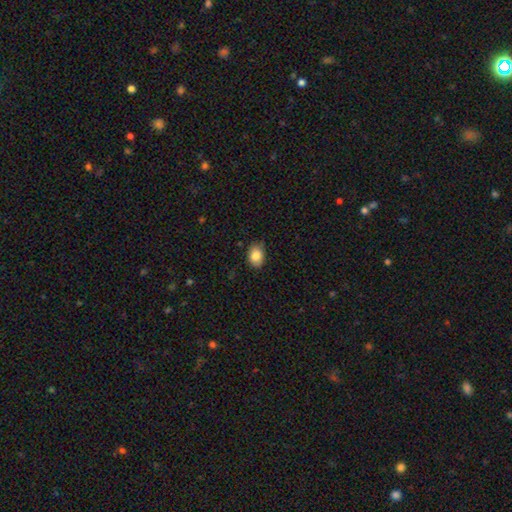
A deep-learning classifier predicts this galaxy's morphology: A smooth galaxy with no disk features (85%) that is in between round and cigar-shaped (72%).

Vote fractions:
- Smooth or featured? smooth: 85% / star or artifact: 8% / featured or disk: 6%
- How rounded? in between: 72% / round: 27% / cigar-shaped: 1%
- Merging? none: 78% / minor disturbance: 19% / major disturbance: 3% / merger: 1%